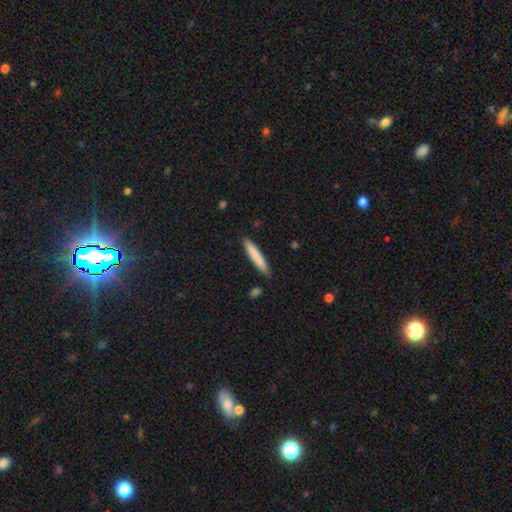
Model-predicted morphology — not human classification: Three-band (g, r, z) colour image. It shows a smooth galaxy with no disk features (79%) that is cigar-shaped (93%). Merging: none (87%).